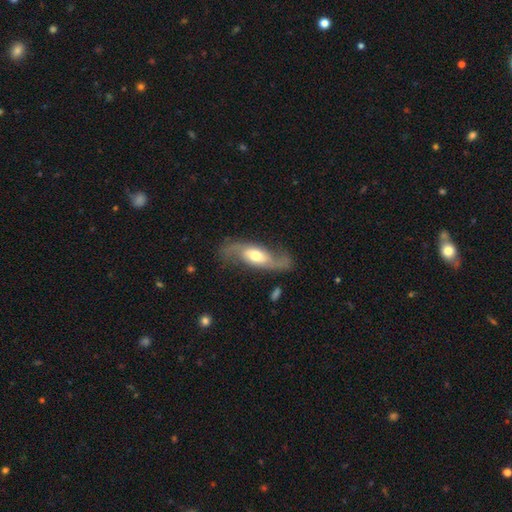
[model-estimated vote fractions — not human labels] Morphology: type=featured or disk (81%); edge-on=no (91%); bar=no (51%); spiral arms=yes (94%); winding=loose (66%); arm count=2 (91%); bulge=moderate (65%); merging=none (71%).